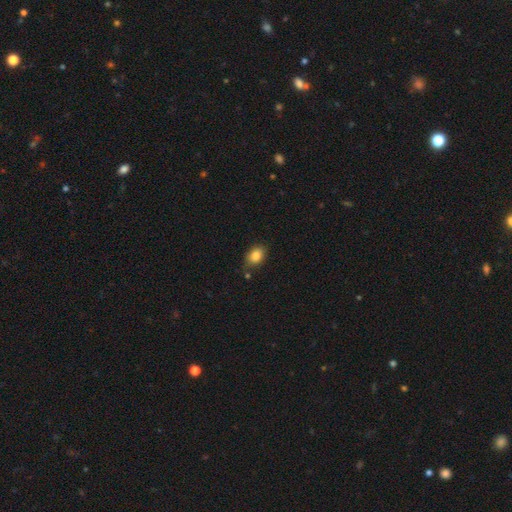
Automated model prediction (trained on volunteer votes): A smooth galaxy with no disk features (85%) that is in between round and cigar-shaped (77%).

Vote fractions:
- Smooth or featured? smooth: 85% / star or artifact: 9% / featured or disk: 6%
- How rounded? in between: 77% / round: 22% / cigar-shaped: 1%
- Merging? none: 79% / minor disturbance: 15% / merger: 3% / major disturbance: 3%